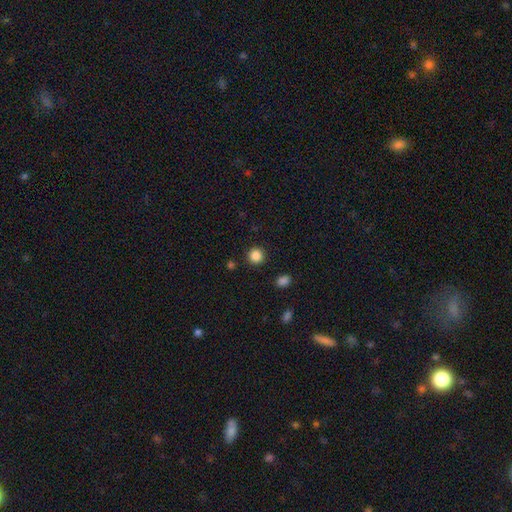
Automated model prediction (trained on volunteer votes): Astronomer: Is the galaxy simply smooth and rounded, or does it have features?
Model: smooth — 86%.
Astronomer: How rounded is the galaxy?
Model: round — 94%.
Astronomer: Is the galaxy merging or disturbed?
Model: none — 91%.